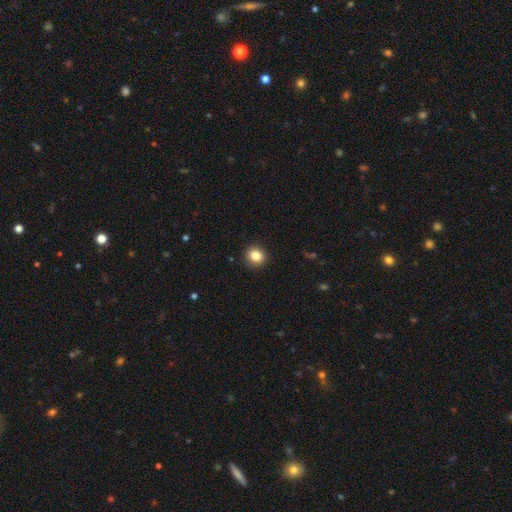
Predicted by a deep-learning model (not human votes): This appears to be a smooth galaxy with no disk features (85%) that is round (79%). Merging: none (90%).